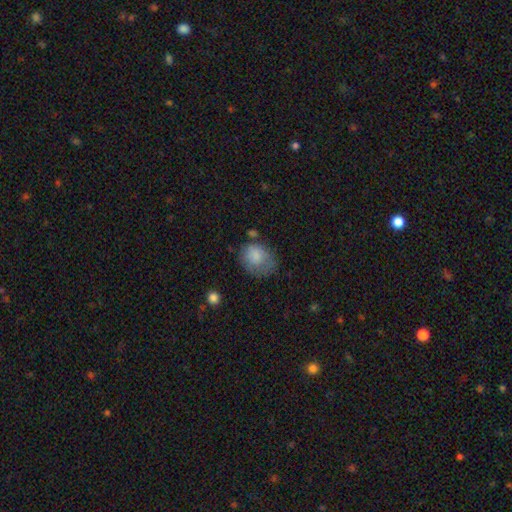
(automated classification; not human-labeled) Smooth or featured? smooth (80%)
How rounded? round (52%)
Merging? none (47%)